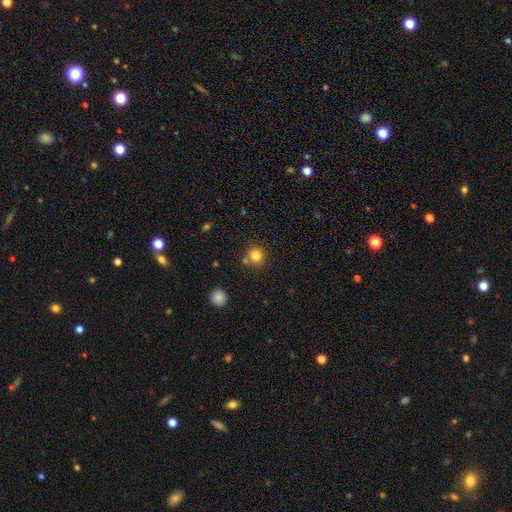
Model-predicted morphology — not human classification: smooth_or_featured: smooth (p=0.81) [alt: star or artifact p=0.12]
how_rounded: round (p=0.92) [alt: in between p=0.07]
merging: none (p=0.75) [alt: merger p=0.13]